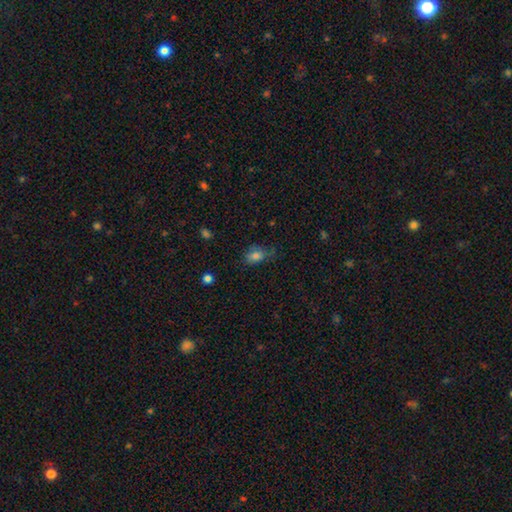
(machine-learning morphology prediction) A smooth galaxy with no disk features (77%) that is in between round and cigar-shaped (75%). Merging: none (59%).